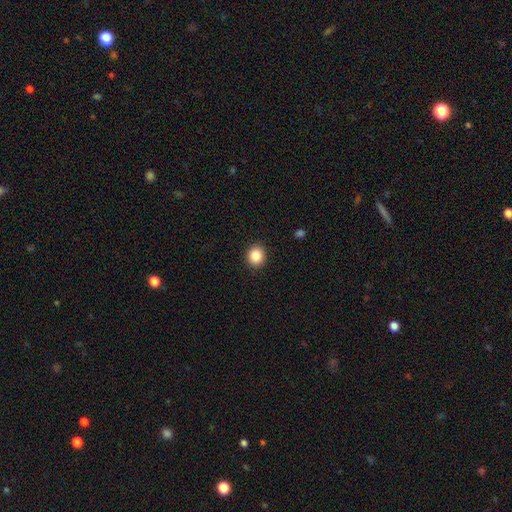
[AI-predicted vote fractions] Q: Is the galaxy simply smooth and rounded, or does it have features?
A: smooth — 86%.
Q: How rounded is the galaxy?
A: round — 80%.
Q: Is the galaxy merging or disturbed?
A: none — 92%.